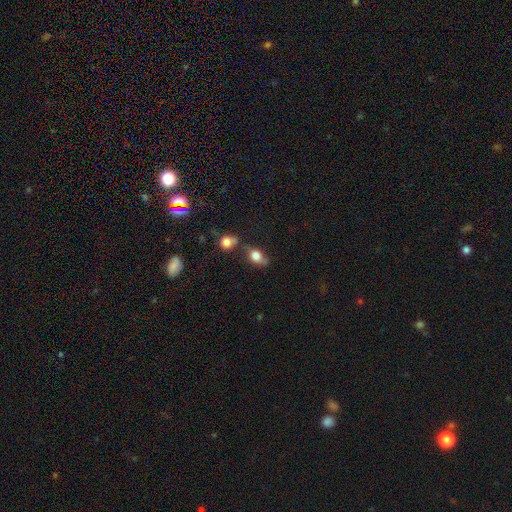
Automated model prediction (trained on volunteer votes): This is likely a smooth galaxy (72%). How rounded: likely in between (74%). Merging: possibly none (50%).